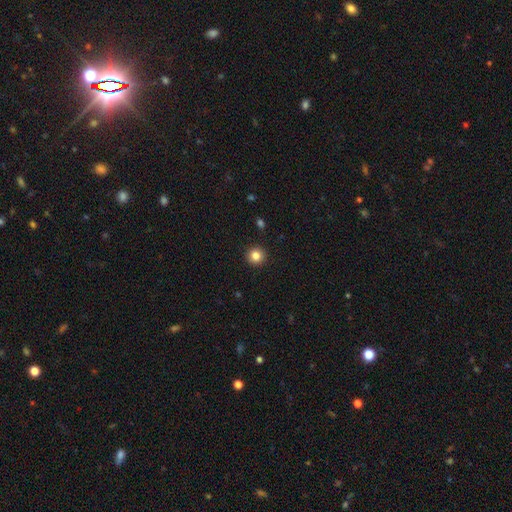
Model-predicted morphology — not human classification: Smooth or featured? Predicted: smooth (p=0.84). How rounded? Predicted: round (p=0.94). Merging? Predicted: none (p=0.93).